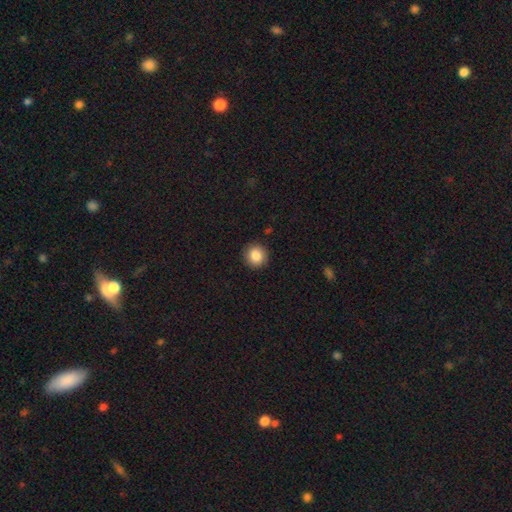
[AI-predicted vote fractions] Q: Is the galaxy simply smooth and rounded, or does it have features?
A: smooth — 86%.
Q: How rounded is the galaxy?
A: round — 93%.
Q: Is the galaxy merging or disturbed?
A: none — 91%.